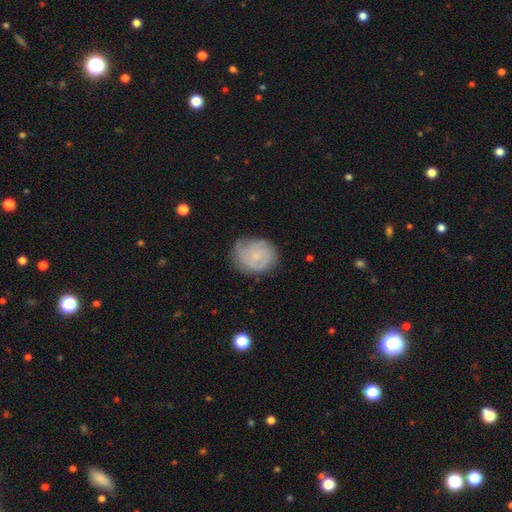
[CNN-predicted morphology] Smooth or featured? featured or disk (54%)
Edge-on disk? no (98%)
Bar? no (75%)
Spiral arms? yes (82%)
Bulge size? small (68%)
Merging? none (60%)